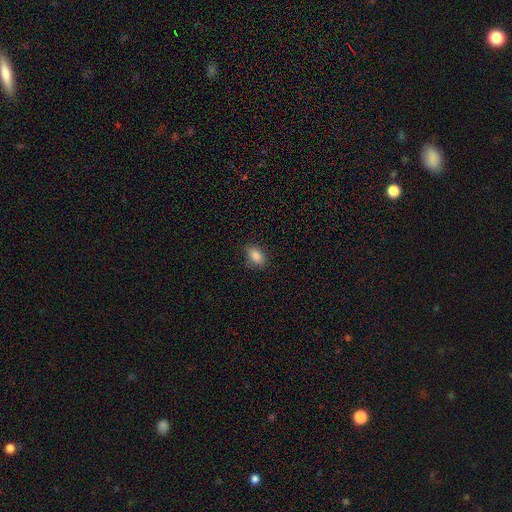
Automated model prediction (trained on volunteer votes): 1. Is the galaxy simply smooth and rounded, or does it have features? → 86% smooth, 9% star or artifact, 5% featured or disk.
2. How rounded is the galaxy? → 87% in between, 10% round, 3% cigar-shaped.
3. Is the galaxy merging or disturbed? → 83% none, 13% minor disturbance, 3% major disturbance, 1% merger.